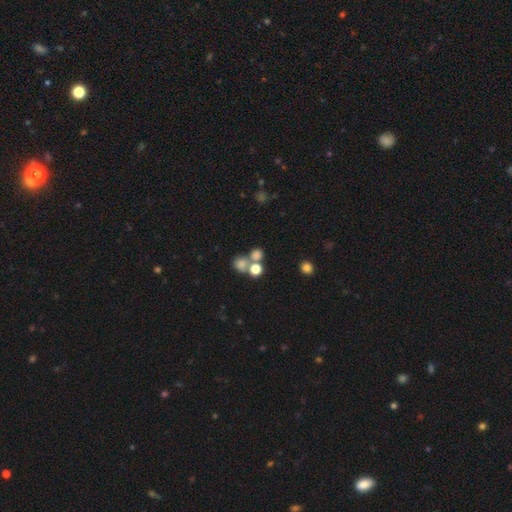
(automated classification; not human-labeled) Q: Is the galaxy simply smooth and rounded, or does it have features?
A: smooth — 71%.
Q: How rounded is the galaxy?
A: round — 83%.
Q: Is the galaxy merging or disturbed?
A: none — 49%.